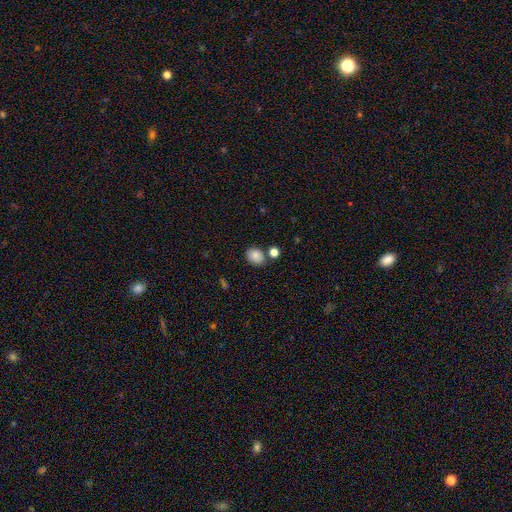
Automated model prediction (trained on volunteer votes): Overall: smooth (86%). How rounded: in between (51%; round 48%). Merging: none (75%).